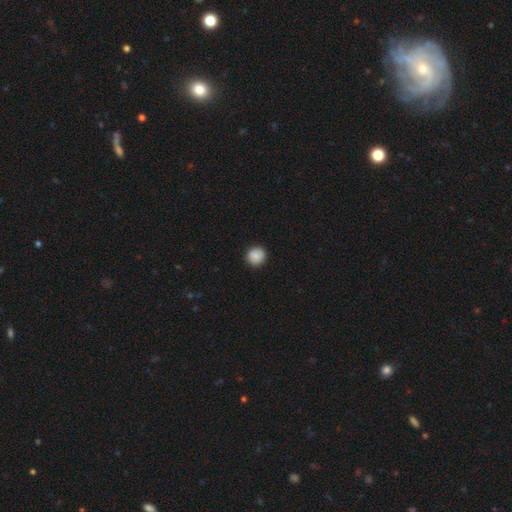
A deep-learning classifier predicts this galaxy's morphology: A smooth galaxy with no disk features (87%) that is round (93%).

Vote fractions:
- Smooth or featured? smooth: 87% / star or artifact: 8% / featured or disk: 5%
- How rounded? round: 93% / in between: 6% / cigar-shaped: 1%
- Merging? none: 90% / minor disturbance: 7% / major disturbance: 2% / merger: 1%